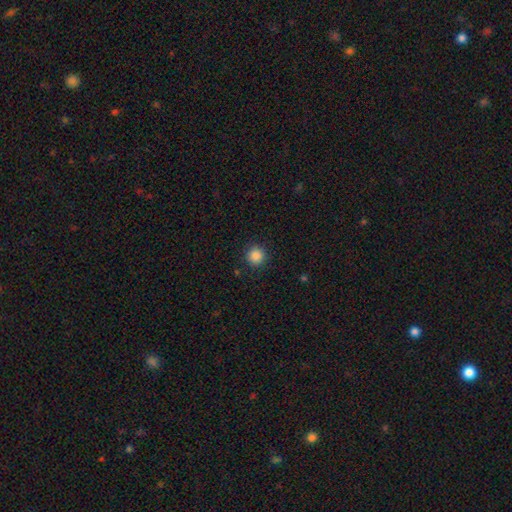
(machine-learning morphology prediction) This is clearly a smooth galaxy (86%). How rounded: clearly round (94%). Merging: clearly none (90%).